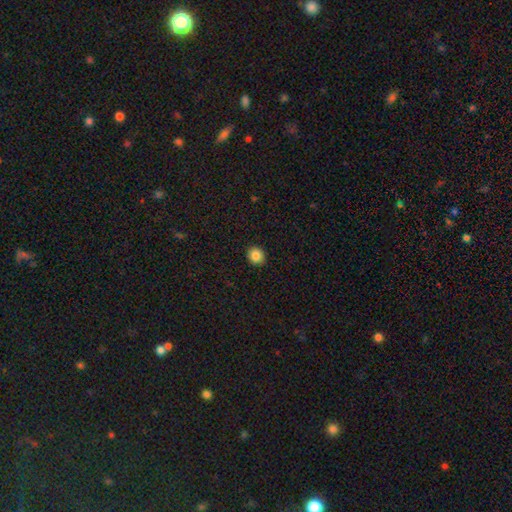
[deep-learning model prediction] smooth 85%, star or artifact 10%, featured or disk 5%. Down the decision tree: how rounded — round (85%); merging — none (92%).